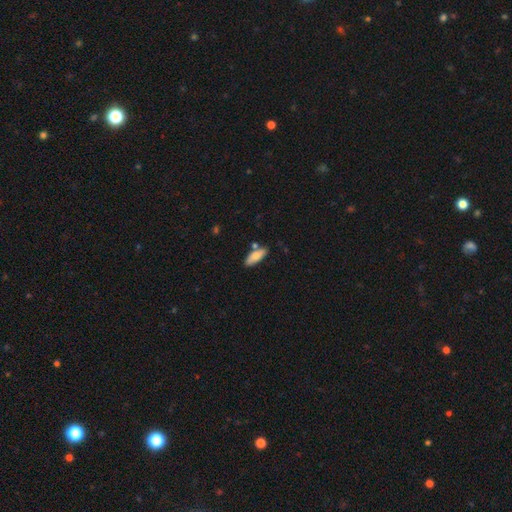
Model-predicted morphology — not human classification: Overall: smooth (79%). How rounded: in between (67%; cigar-shaped 31%). Merging: none (72%).